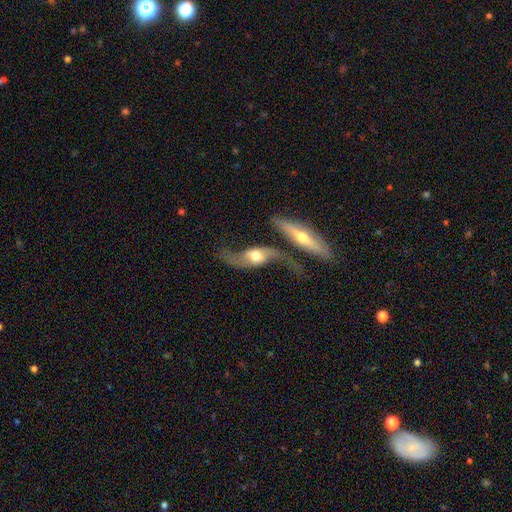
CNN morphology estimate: Smooth or featured?
  - featured or disk: 77% *
  - smooth: 18%
  - star or artifact: 5%
Edge-on disk?
  - no: 78% *
  - yes: 22%
Bar?
  - no: 56% *
  - weak: 30%
  - strong: 14%
Spiral arms?
  - yes: 87% *
  - no: 13%
Spiral winding?
  - loose: 84% *
  - medium: 12%
  - tight: 4%
Spiral arm count?
  - 2: 90% *
  - 1: 4%
  - can't tell: 3%
  - 3: 1%
  - 4: 1%
  - more than 4: 1%
Bulge size?
  - moderate: 67% *
  - large: 16%
  - small: 14%
  - dominant: 2%
  - none: 2%
Merging?
  - none: 37% *
  - merger: 35%
  - minor disturbance: 14%
  - major disturbance: 14%